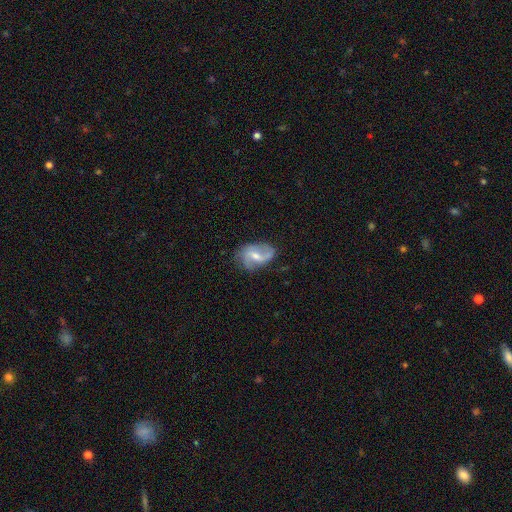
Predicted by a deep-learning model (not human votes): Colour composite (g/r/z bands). It shows a featured or disk galaxy (76%) with a weak bar (53%), 2 (77%) loose (53%) spiral arms (91%) and a moderate central bulge (55%). Merging: none (62%).